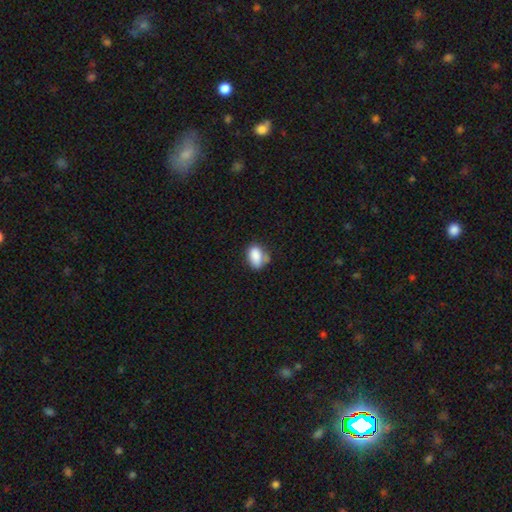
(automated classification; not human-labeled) Smooth or featured? smooth (84%)
How rounded? in between (84%)
Merging? none (52%)